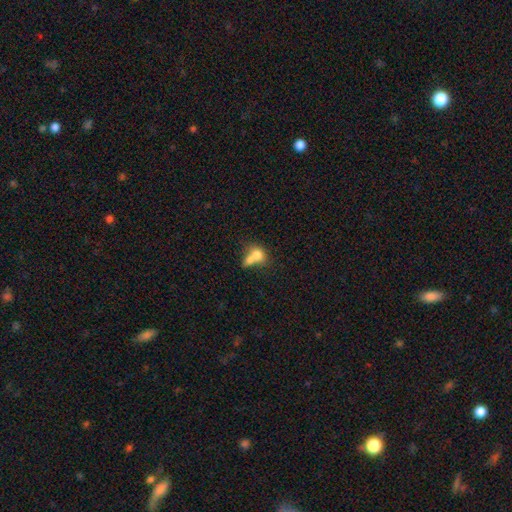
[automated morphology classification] type=smooth (74%); roundness=in between (50%); merging=merger (65%).